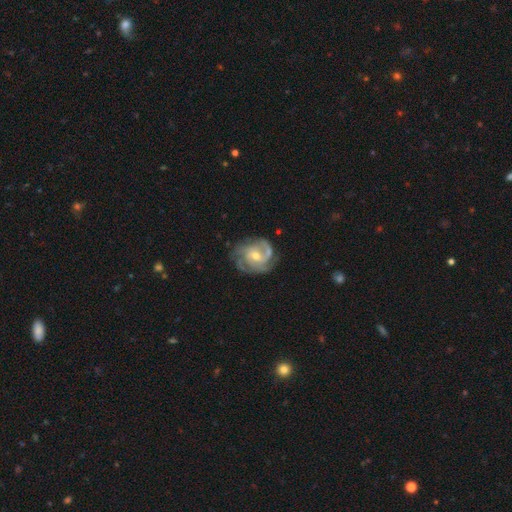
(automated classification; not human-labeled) Smooth or featured: featured or disk — 88% (smooth — 7%)
Edge-on disk: no — 98% (yes — 2%)
Bar: no — 57% (weak — 36%)
Spiral arms: yes — 97% (no — 3%)
Spiral winding: tight — 47% (medium — 42%)
Spiral arm count: 3 — 39% (2 — 18%)
Bulge size: moderate — 49% (small — 47%)
Merging: none — 71% (minor disturbance — 19%)